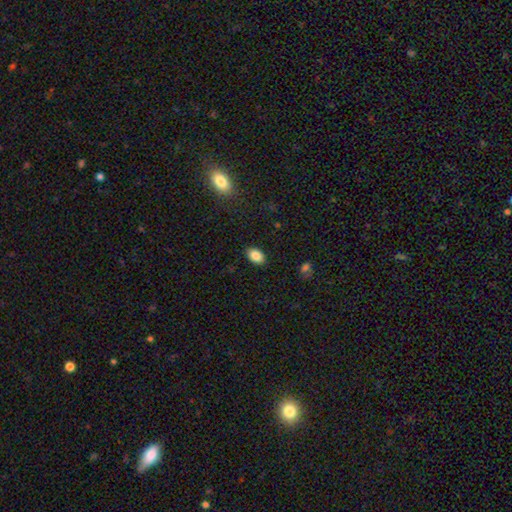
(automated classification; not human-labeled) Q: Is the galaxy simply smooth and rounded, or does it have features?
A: smooth — 86%.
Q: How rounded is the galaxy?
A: in between — 87%.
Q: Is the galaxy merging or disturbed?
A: none — 89%.